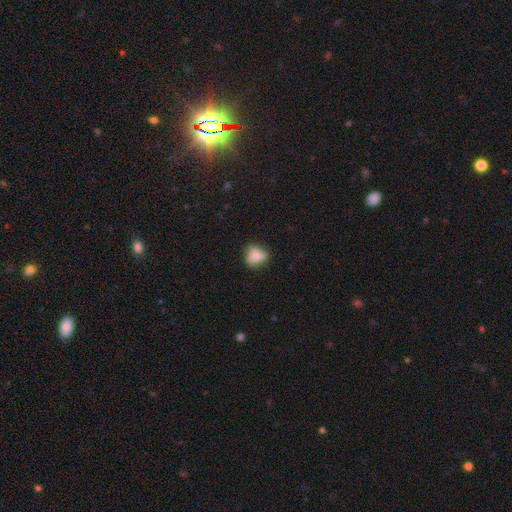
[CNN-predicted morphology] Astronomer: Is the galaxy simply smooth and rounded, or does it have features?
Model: smooth — 68%.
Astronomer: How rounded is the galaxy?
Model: in between — 55% (runner-up: round, 44%).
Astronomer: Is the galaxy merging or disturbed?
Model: none — 53% (runner-up: minor disturbance, 32%).